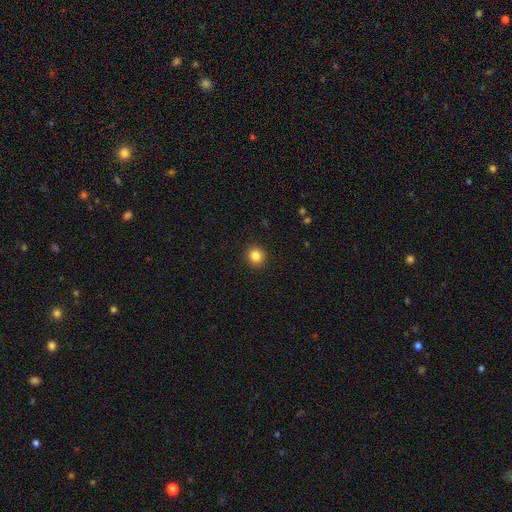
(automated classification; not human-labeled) A smooth galaxy with no disk features (84%) that is round (90%).

Vote fractions:
- Smooth or featured? smooth: 84% / star or artifact: 11% / featured or disk: 5%
- How rounded? round: 90% / in between: 9% / cigar-shaped: 1%
- Merging? none: 92% / minor disturbance: 5% / major disturbance: 2% / merger: 1%